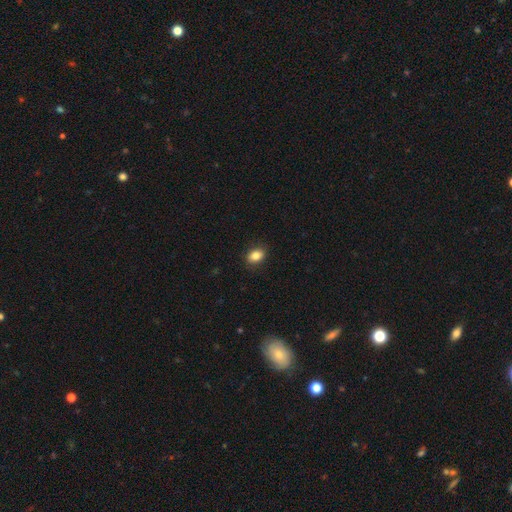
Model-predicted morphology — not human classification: This appears to be a smooth galaxy with no disk features (85%) that is in between round and cigar-shaped (74%). Merging: none (87%).